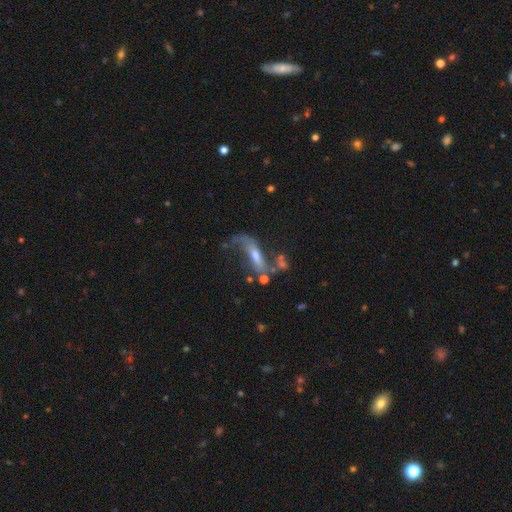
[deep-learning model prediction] Smooth or featured? featured or disk (65%)
Edge-on disk? no (69%)
Merging? none (34%)